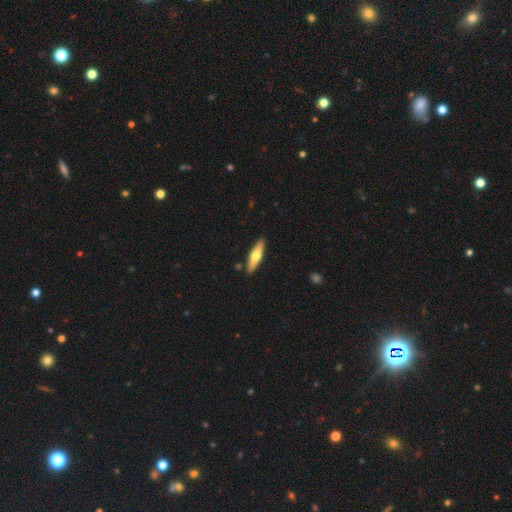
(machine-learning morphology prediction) Overall: smooth (51%; featured or disk 44%). How rounded: cigar-shaped (67%; in between 31%). Merging: none (89%).